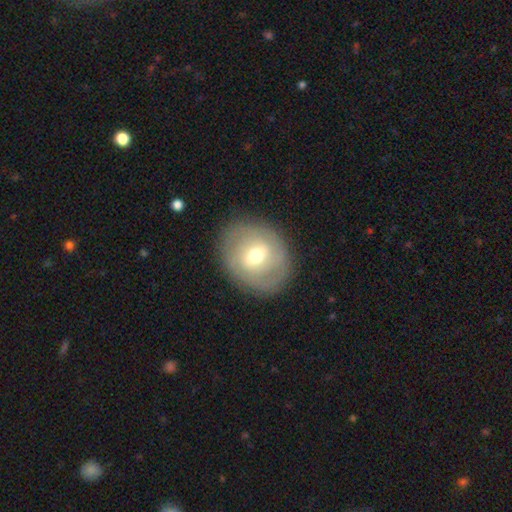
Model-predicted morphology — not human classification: The model was most divided on "smooth or featured": featured or disk: 50%, smooth: 42%, star or artifact: 8%. More confident: edge-on disk — no (95%); merging — none (84%).